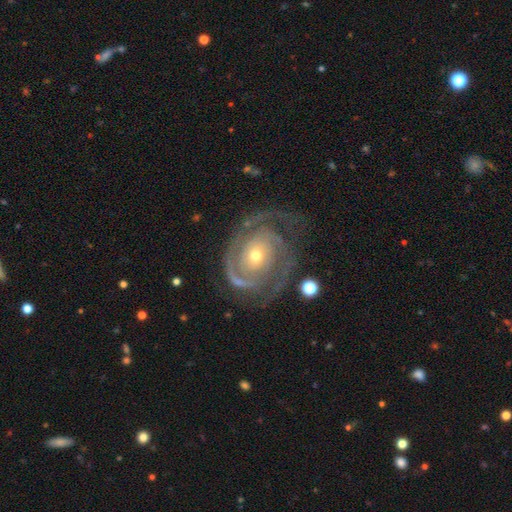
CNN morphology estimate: Smooth or featured? Predicted: featured or disk (p=0.90). Edge-on disk? Predicted: no (p=0.97). Bar? Predicted: no (p=0.77). Spiral arms? Predicted: yes (p=0.97). Spiral winding? Predicted: tight (p=0.67). Spiral arm count? Predicted: 2 (p=0.65). Bulge size? Predicted: small (p=0.48). Merging? Predicted: none (p=0.69).